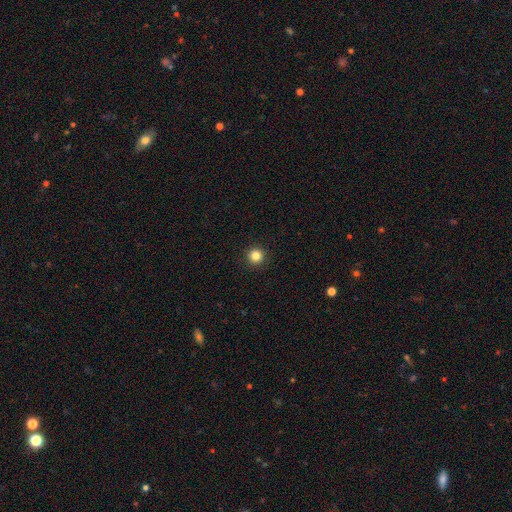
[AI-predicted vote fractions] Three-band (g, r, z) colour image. It shows a smooth galaxy with no disk features (84%) that is round (96%). Merging: none (94%).